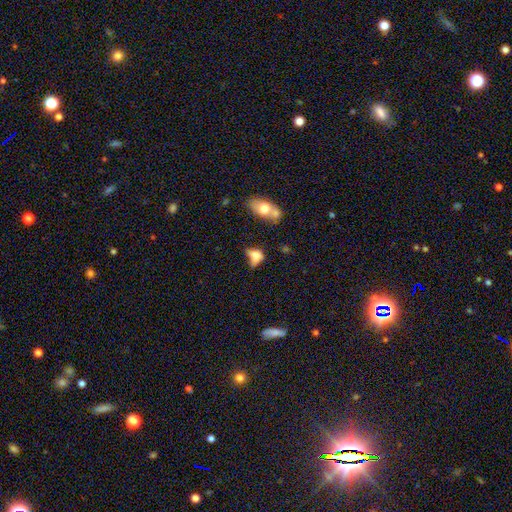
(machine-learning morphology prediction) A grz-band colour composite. It shows a smooth galaxy with no disk features (68%) that is in between round and cigar-shaped (71%). Merging: none (27%).